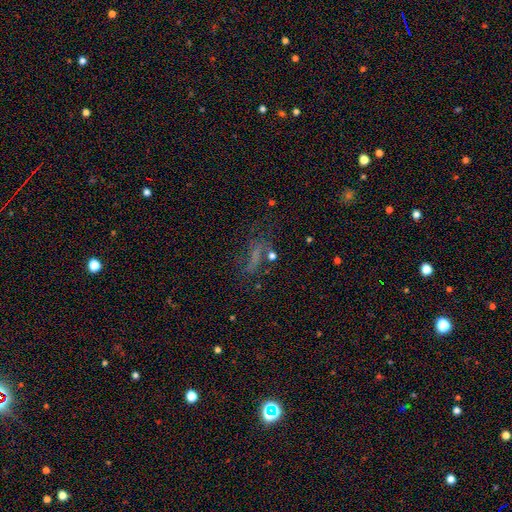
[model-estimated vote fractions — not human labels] This appears to be a smooth galaxy with no disk features (41%). Merging: none (55%).